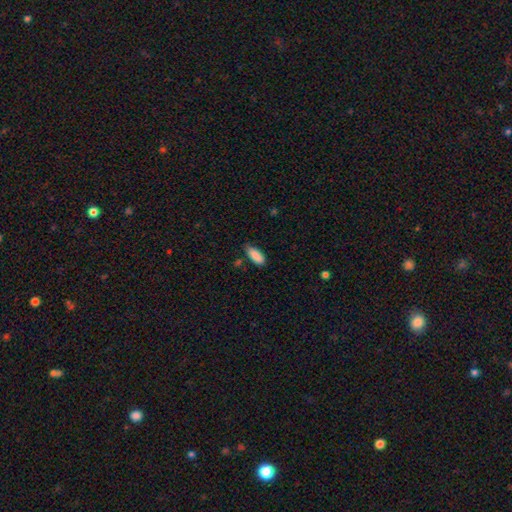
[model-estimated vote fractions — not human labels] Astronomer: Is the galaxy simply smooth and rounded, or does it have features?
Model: smooth — 88%.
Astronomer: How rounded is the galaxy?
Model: in between — 81%.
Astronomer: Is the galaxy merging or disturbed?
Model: none — 66%.